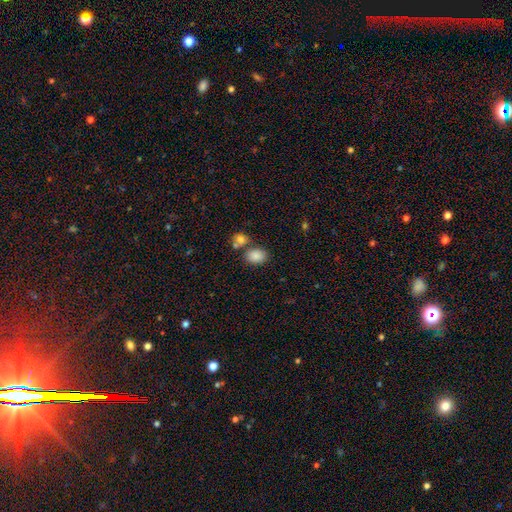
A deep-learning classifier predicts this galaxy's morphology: This appears to be a smooth galaxy with no disk features (85%) that is in between round and cigar-shaped (76%). Merging: none (64%).